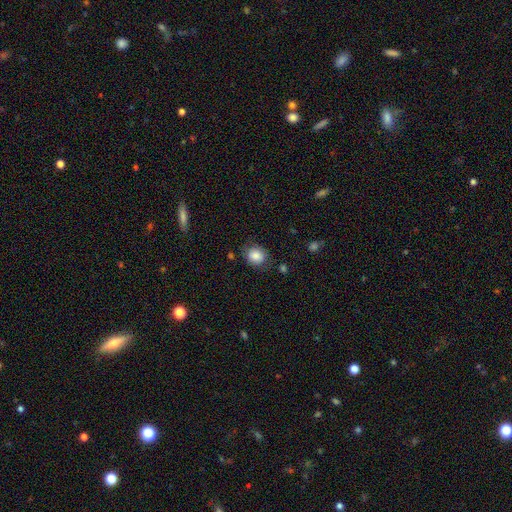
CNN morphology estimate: smooth-or-featured: smooth: 83% | featured or disk: 9% | star or artifact: 8%
  how-rounded: round: 70% | in between: 29% | cigar-shaped: 1%
  merging: none: 74% | minor disturbance: 18% | major disturbance: 6% | merger: 2%